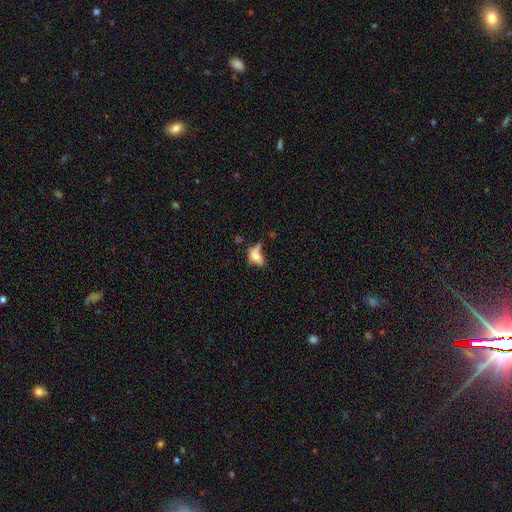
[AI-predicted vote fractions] Smooth or featured? Predicted: smooth (p=0.66). How rounded? Predicted: in between (p=0.81). Merging? Predicted: major disturbance (p=0.30).